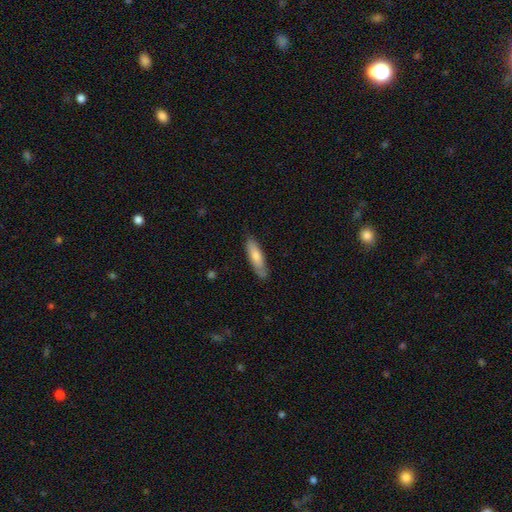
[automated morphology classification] type=smooth (69%); roundness=cigar-shaped (69%); merging=none (81%).